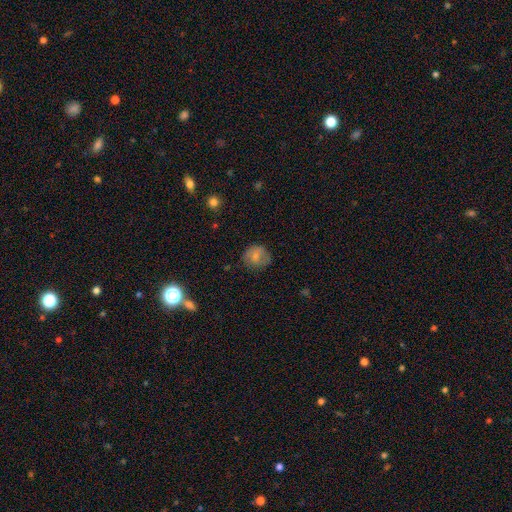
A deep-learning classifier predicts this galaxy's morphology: This appears to be a smooth galaxy with no disk features (70%) that is round (79%). Merging: none (70%).